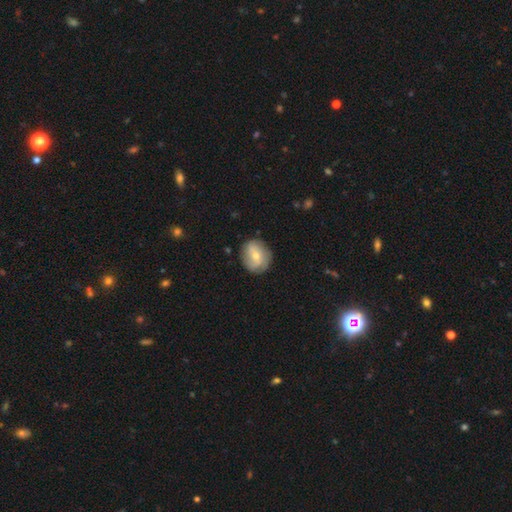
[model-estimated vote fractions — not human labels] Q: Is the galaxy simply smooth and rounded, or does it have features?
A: smooth — 50%.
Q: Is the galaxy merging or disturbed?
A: none — 79%.